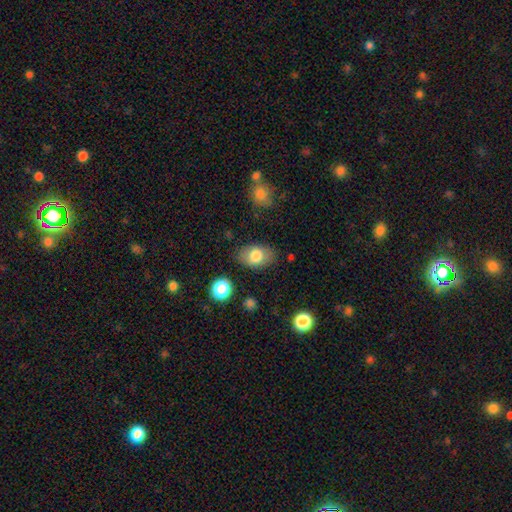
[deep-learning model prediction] The model was most divided on "smooth or featured": smooth: 78%, featured or disk: 14%, star or artifact: 7%. More confident: how rounded — in between (87%); merging — none (80%).